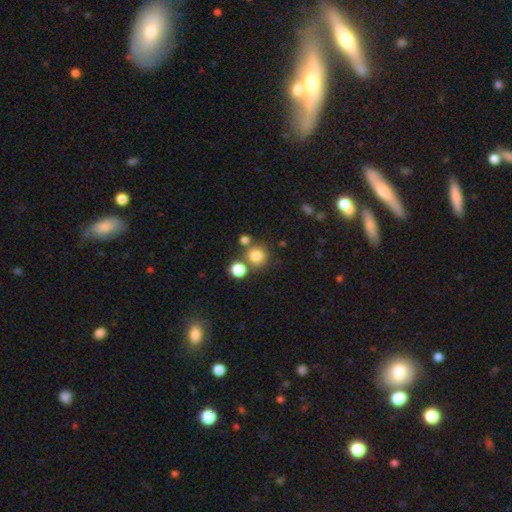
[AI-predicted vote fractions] This appears to be a smooth galaxy with no disk features (79%) that is round (90%). Merging: none (70%).